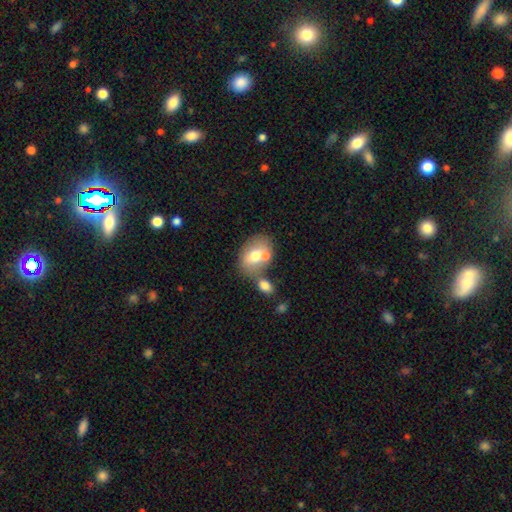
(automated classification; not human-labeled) This is likely a smooth galaxy (62%). How rounded: likely in between (71%). Merging: marginally merger (41%).